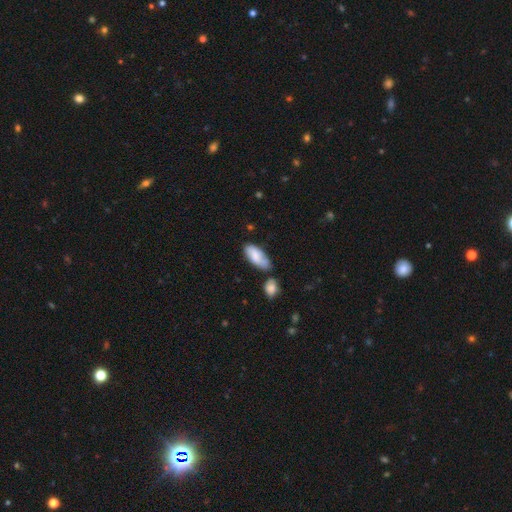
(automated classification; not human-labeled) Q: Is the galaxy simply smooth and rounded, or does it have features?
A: smooth — 77%.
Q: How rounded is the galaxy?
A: in between — 86%.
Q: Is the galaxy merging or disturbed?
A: none — 49%.